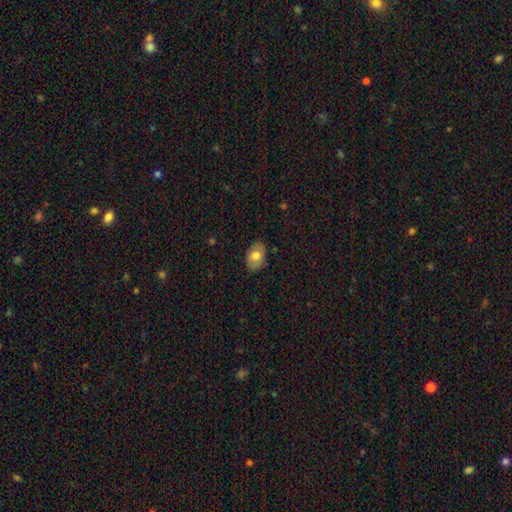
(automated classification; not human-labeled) Morphology: type=smooth (73%); roundness=in between (86%); merging=none (84%).